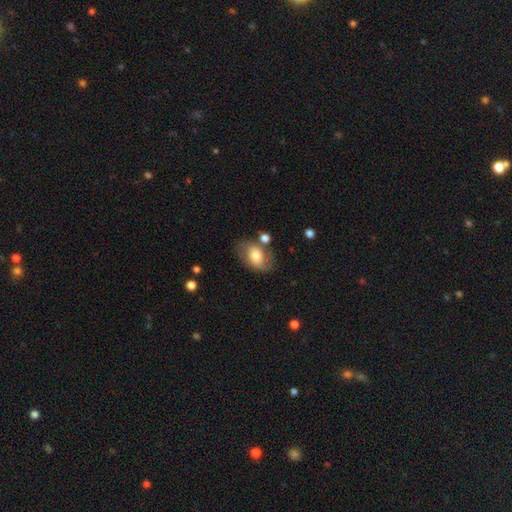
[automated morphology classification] Overall: smooth (61%; featured or disk 32%). How rounded: in between (81%). Merging: none (64%).